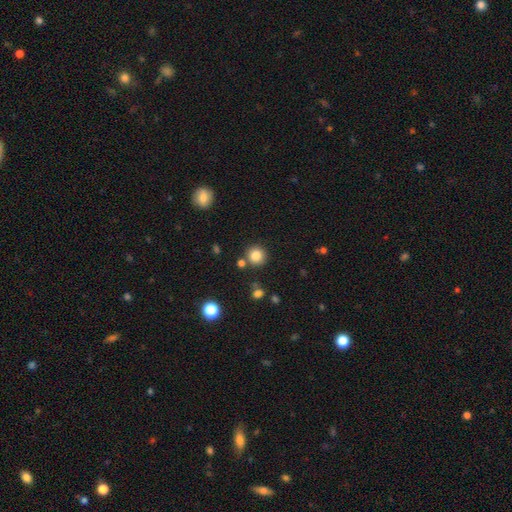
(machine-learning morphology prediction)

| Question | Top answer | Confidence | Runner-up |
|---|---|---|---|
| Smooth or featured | smooth | 83% | star or artifact (11%) |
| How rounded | round | 93% | in between (6%) |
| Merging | none | 83% | minor disturbance (8%) |